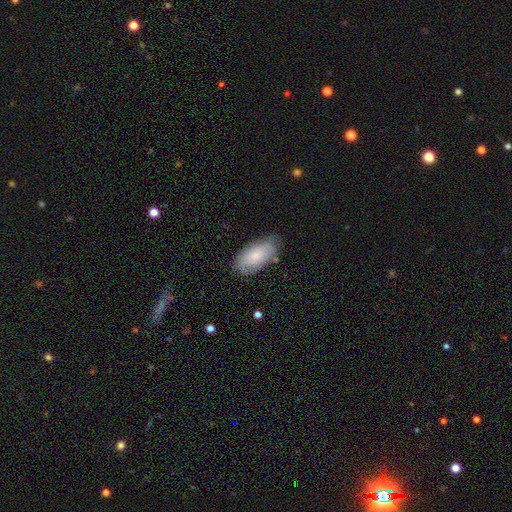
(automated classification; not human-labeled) Smooth or featured?
  - smooth: 73% *
  - featured or disk: 20%
  - star or artifact: 6%
How rounded?
  - in between: 94% *
  - cigar-shaped: 4%
  - round: 2%
Merging?
  - none: 68% *
  - minor disturbance: 25%
  - major disturbance: 5%
  - merger: 2%